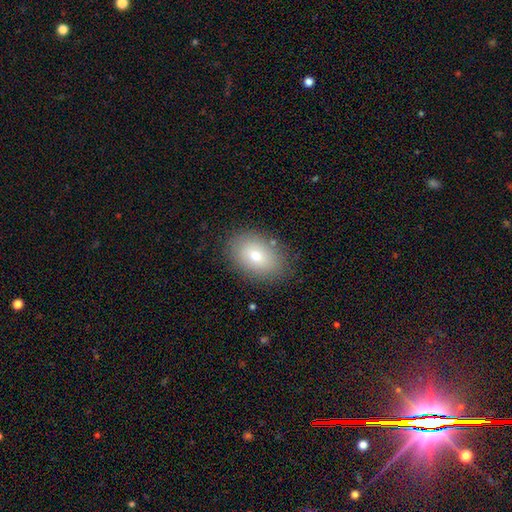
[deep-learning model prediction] This appears to be a smooth galaxy with no disk features (74%) that is in between round and cigar-shaped (79%). Merging: none (84%).